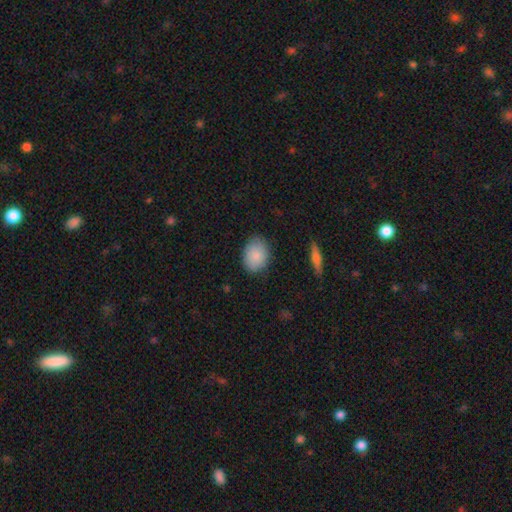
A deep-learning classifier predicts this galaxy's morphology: Q: Smooth or featured?
A: smooth (87%); runner-up: star or artifact (7%)
Q: How rounded?
A: in between (71%); runner-up: round (28%)
Q: Merging?
A: none (83%); runner-up: minor disturbance (13%)